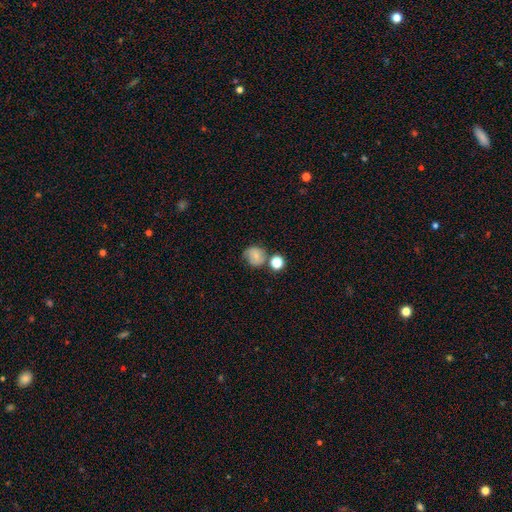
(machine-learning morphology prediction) type=smooth (64%); roundness=round (76%); merging=none (55%).